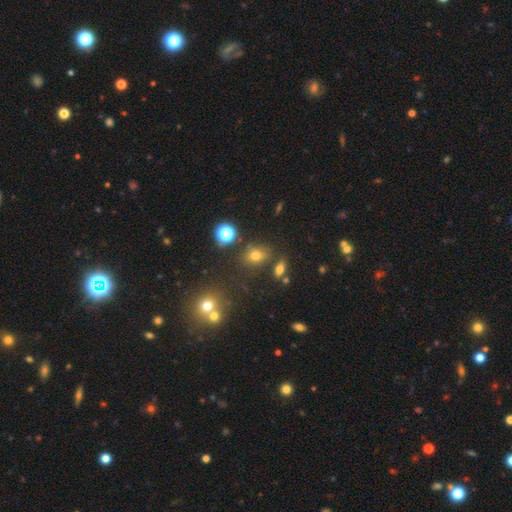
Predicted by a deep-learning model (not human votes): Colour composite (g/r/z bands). It shows a smooth galaxy with no disk features (64%) that is in between round and cigar-shaped (60%). Merging: none (75%).